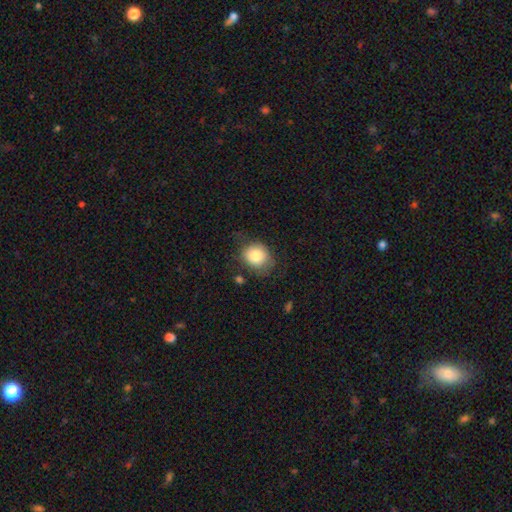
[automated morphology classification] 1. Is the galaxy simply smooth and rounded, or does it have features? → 81% smooth, 10% featured or disk, 9% star or artifact.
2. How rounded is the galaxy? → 67% round, 32% in between, 1% cigar-shaped.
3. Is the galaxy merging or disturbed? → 64% none, 24% minor disturbance, 9% major disturbance, 3% merger.